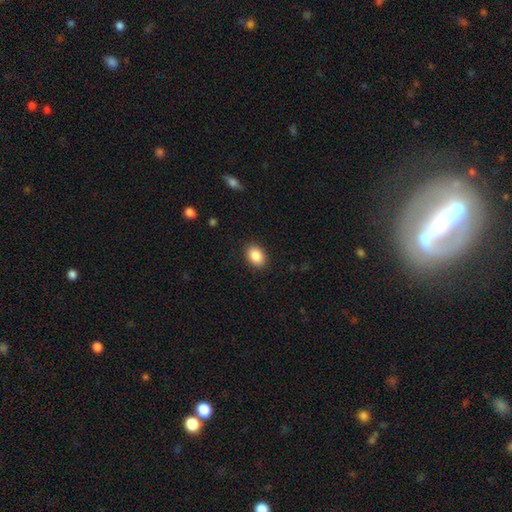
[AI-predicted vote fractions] smooth-or-featured: smooth: 88% | star or artifact: 8% | featured or disk: 4%
  how-rounded: in between: 81% | round: 18% | cigar-shaped: 1%
  merging: none: 89% | minor disturbance: 8% | major disturbance: 2% | merger: 1%